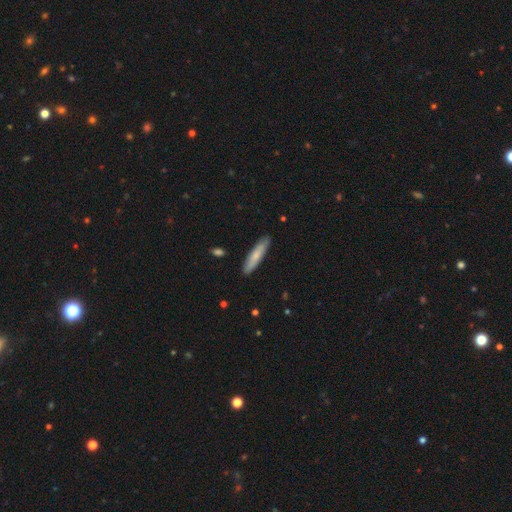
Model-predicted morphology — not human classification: Smooth or featured? smooth (74%)
How rounded? cigar-shaped (86%)
Merging? none (89%)